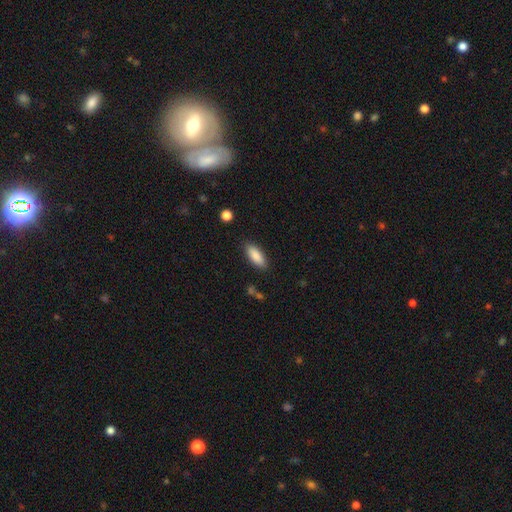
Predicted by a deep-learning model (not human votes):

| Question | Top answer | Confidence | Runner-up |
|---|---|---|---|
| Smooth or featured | smooth | 87% | featured or disk (6%) |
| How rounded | in between | 73% | cigar-shaped (25%) |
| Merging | none | 87% | minor disturbance (10%) |